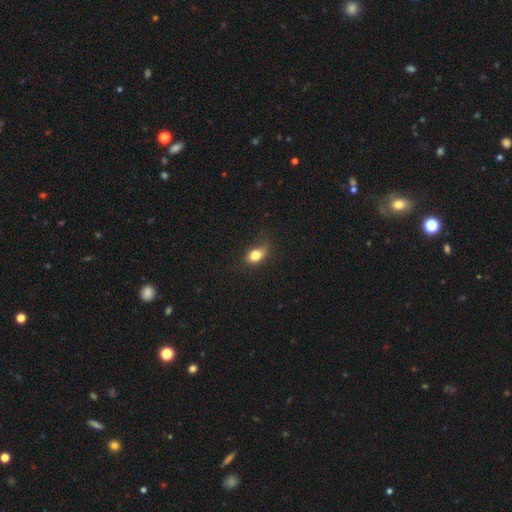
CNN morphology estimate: smooth_or_featured: smooth (p=0.81) [alt: star or artifact p=0.10]
how_rounded: in between (p=0.74) [alt: round p=0.23]
merging: none (p=0.60) [alt: minor disturbance p=0.28]